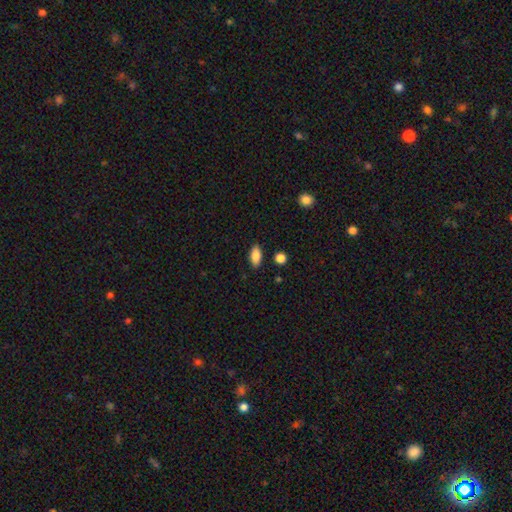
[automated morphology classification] This is clearly a smooth galaxy (86%). How rounded: clearly in between (88%). Merging: clearly none (86%).